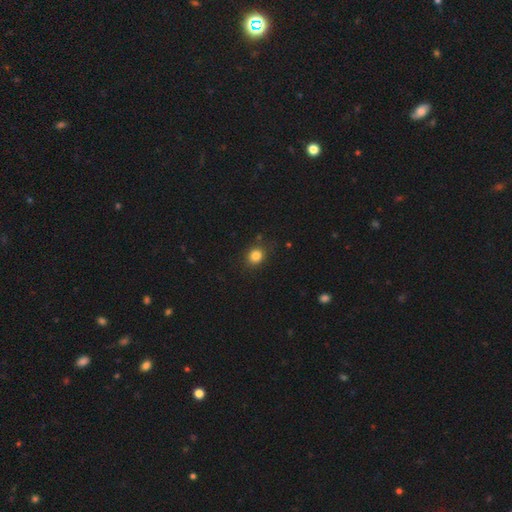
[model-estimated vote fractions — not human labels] smooth 83%, star or artifact 12%, featured or disk 5%. Down the decision tree: how rounded — round (74%); merging — none (85%).